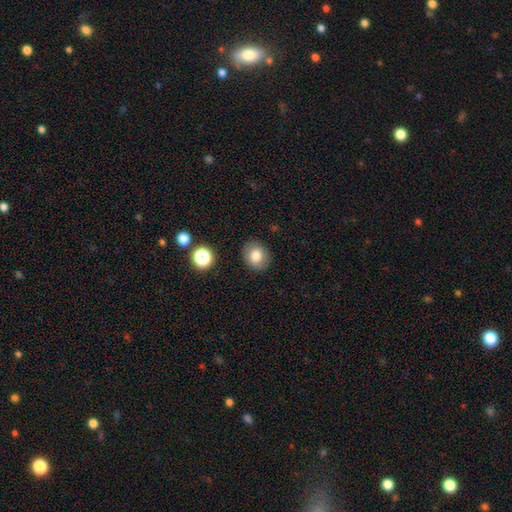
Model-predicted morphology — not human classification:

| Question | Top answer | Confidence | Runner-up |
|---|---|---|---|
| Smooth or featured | smooth | 81% | star or artifact (10%) |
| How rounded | round | 69% | in between (30%) |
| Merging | none | 87% | minor disturbance (9%) |